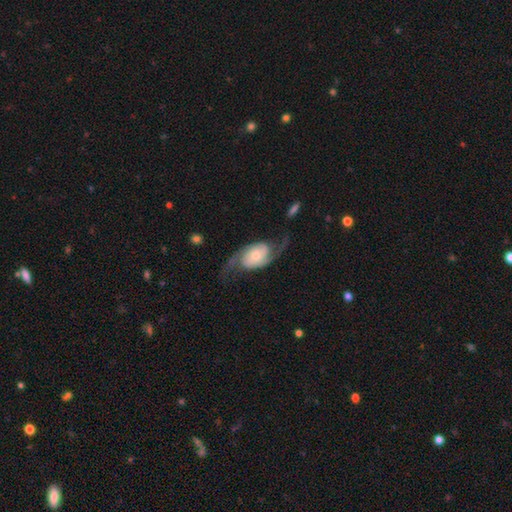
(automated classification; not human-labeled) This is clearly a featured or disk galaxy (85%). It is clearly not viewed edge-on (96%). Bar: likely no (64%). Spiral arm pattern: clearly yes (97%). Spiral arm count: clearly 2 (93%). Spiral winding: possibly loose (53%). Central bulge: possibly small (50%). Merging: likely none (64%).